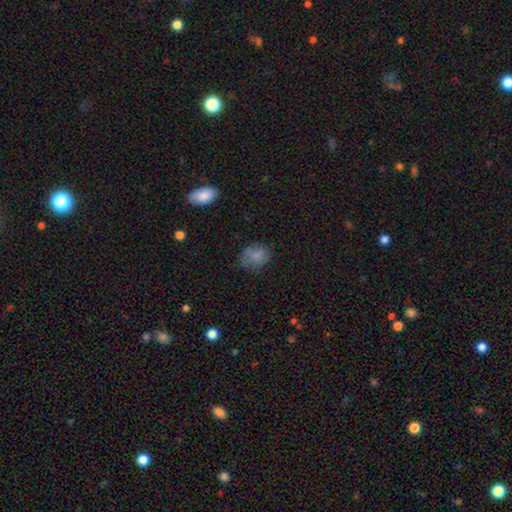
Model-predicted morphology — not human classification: A smooth galaxy with no disk features (70%) that is round (54%).

Vote fractions:
- Smooth or featured? smooth: 70% / featured or disk: 19% / star or artifact: 11%
- How rounded? round: 54% / in between: 45% / cigar-shaped: 1%
- Merging? none: 54% / minor disturbance: 28% / major disturbance: 16% / merger: 3%